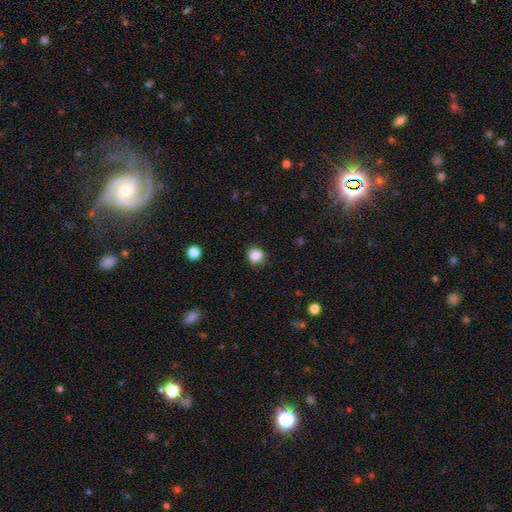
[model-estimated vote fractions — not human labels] smooth_or_featured: smooth (p=0.86) [alt: star or artifact p=0.11]
how_rounded: round (p=0.84) [alt: in between p=0.15]
merging: none (p=0.82) [alt: minor disturbance p=0.14]